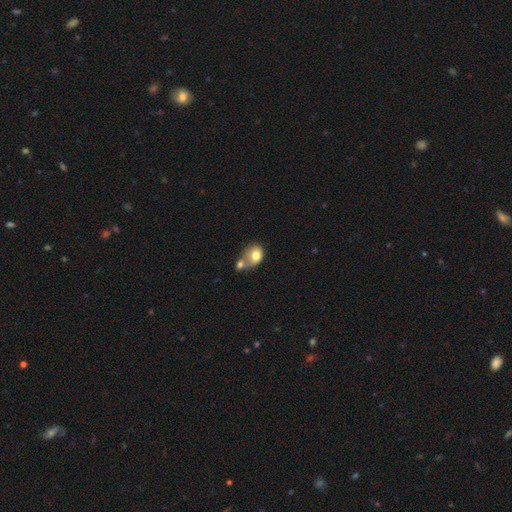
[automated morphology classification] This is likely a smooth galaxy (75%). How rounded: possibly in between (52%). Merging: likely merger (61%).